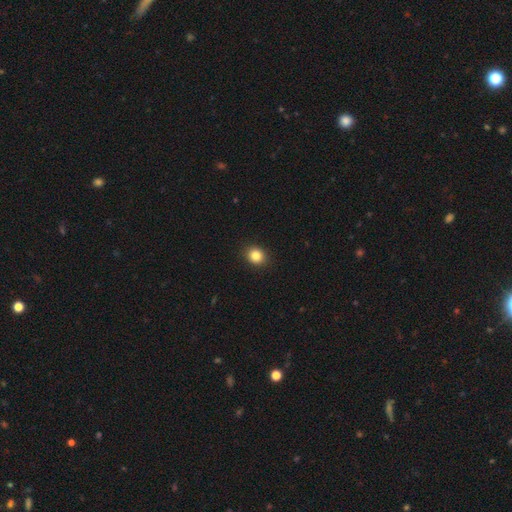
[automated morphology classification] Smooth or featured? Predicted: smooth (p=0.85). How rounded? Predicted: round (p=0.67). Merging? Predicted: none (p=0.91).